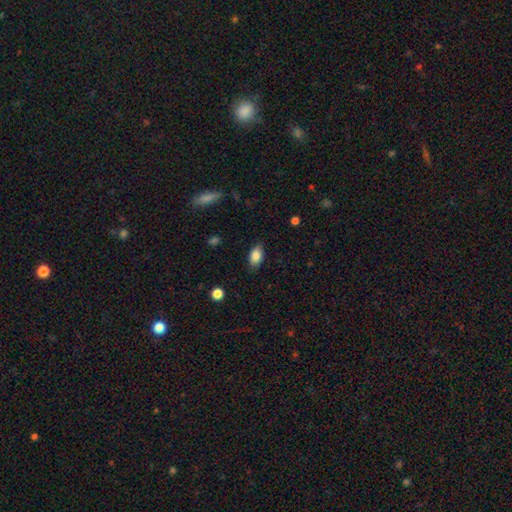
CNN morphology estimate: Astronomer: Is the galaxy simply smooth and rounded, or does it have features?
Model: smooth — 85%.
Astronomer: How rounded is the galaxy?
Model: in between — 91%.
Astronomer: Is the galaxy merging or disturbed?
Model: none — 84%.